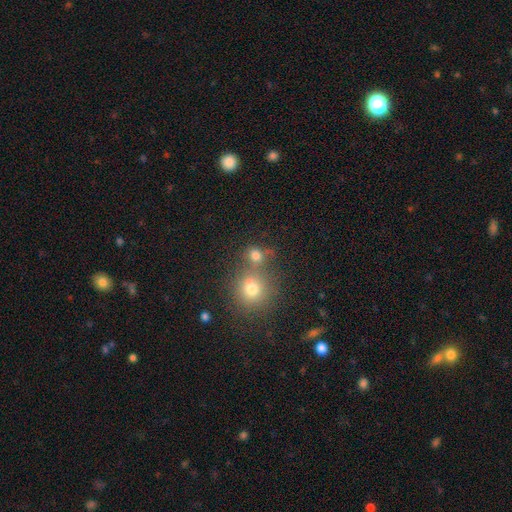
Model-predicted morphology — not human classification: Smooth or featured? Predicted: smooth (p=0.75). How rounded? Predicted: round (p=0.77). Merging? Predicted: none (p=0.53).